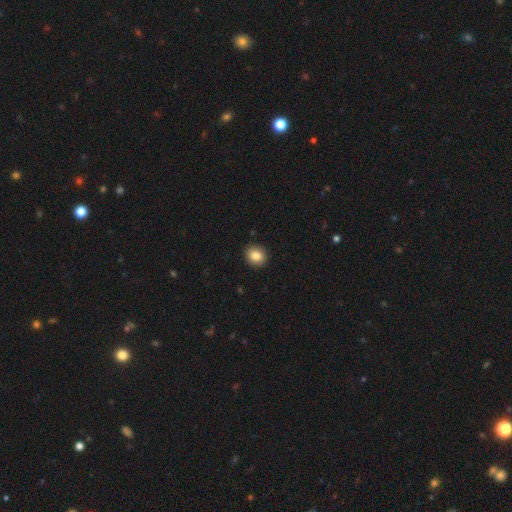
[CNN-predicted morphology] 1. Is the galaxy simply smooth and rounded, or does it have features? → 85% smooth, 9% star or artifact, 6% featured or disk.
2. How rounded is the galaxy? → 76% round, 23% in between, 1% cigar-shaped.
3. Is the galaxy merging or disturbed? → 91% none, 6% minor disturbance, 2% major disturbance, 1% merger.